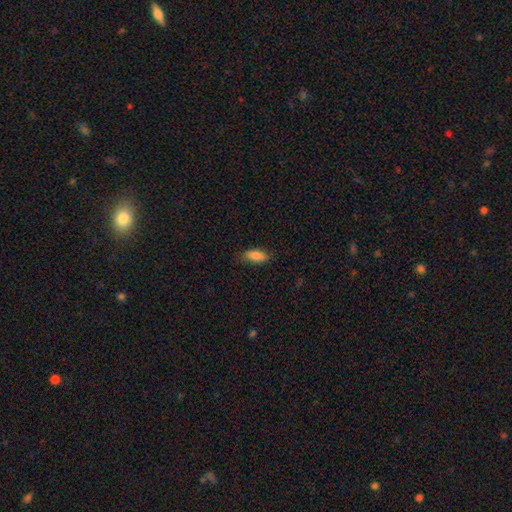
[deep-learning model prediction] Overall: smooth (83%). How rounded: in between (79%). Merging: none (78%).